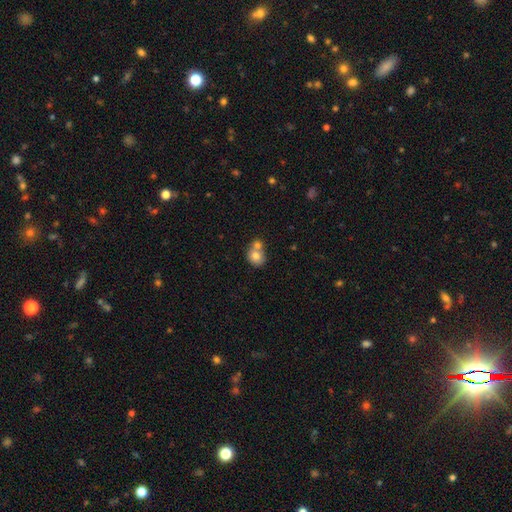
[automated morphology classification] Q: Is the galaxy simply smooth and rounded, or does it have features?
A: smooth — 75%.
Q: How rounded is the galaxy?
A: round — 69%.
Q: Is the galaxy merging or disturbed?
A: merger — 54%.